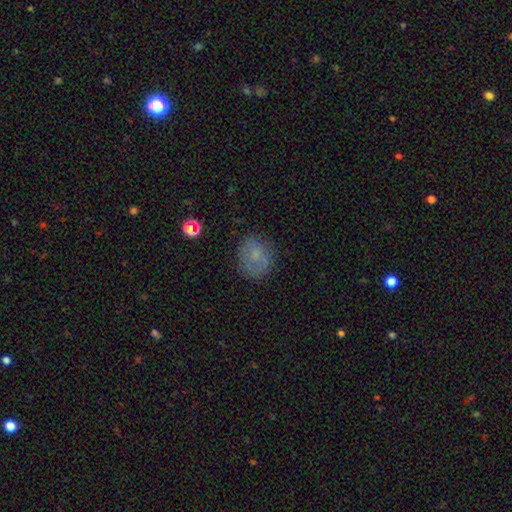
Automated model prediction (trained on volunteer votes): Smooth or featured: smooth — 70% (featured or disk — 19%)
How rounded: round — 73% (in between — 26%)
Merging: none — 73% (minor disturbance — 18%)